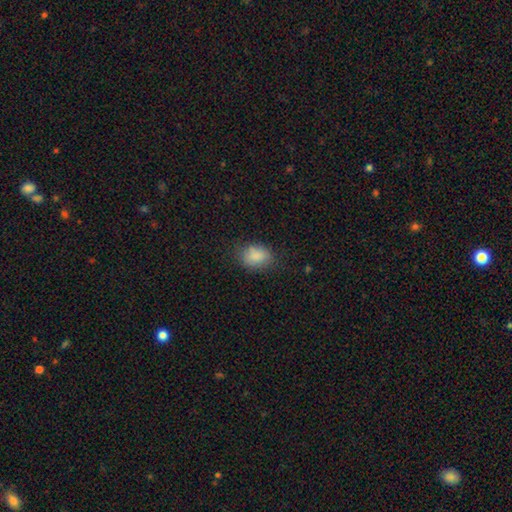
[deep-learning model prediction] Overall: smooth (85%). How rounded: in between (73%). Merging: none (71%).